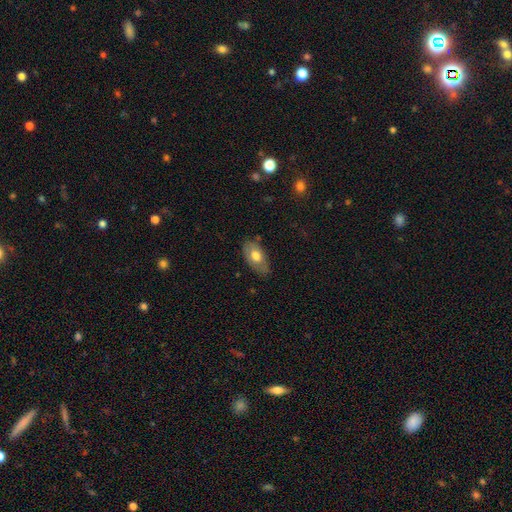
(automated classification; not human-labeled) smooth_or_featured: smooth (p=0.65) [alt: featured or disk p=0.28]
how_rounded: in between (p=0.92) [alt: round p=0.05]
merging: none (p=0.71) [alt: minor disturbance p=0.23]